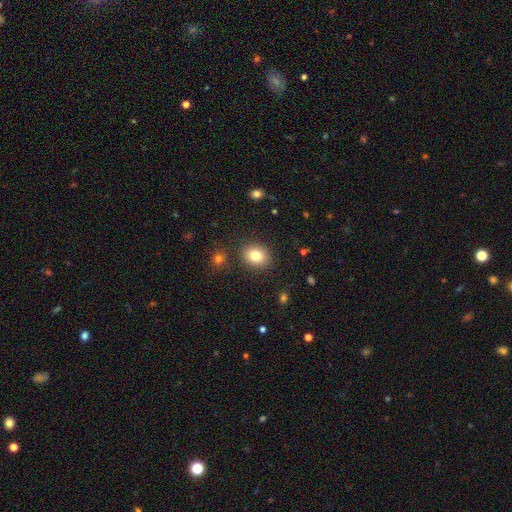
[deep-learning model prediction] Smooth or featured? Predicted: smooth (p=0.82). How rounded? Predicted: round (p=0.58). Merging? Predicted: none (p=0.87).